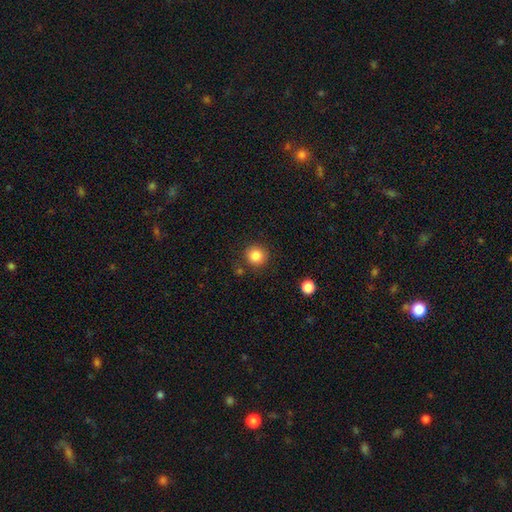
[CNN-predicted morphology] Smooth or featured? smooth (85%)
How rounded? round (94%)
Merging? none (87%)